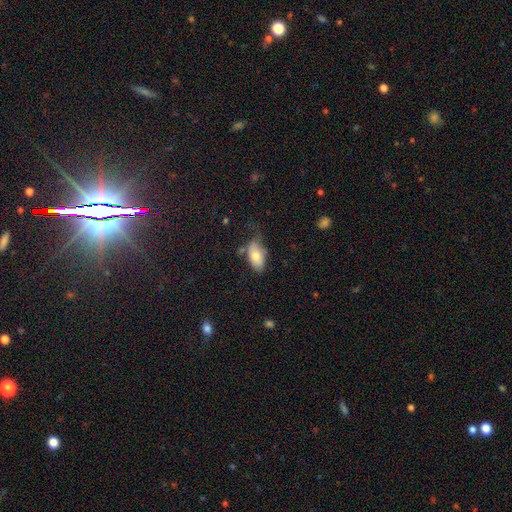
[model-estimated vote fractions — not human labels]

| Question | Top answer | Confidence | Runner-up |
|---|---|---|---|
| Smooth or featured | smooth | 76% | featured or disk (17%) |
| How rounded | in between | 93% | cigar-shaped (4%) |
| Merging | none | 51% | minor disturbance (32%) |